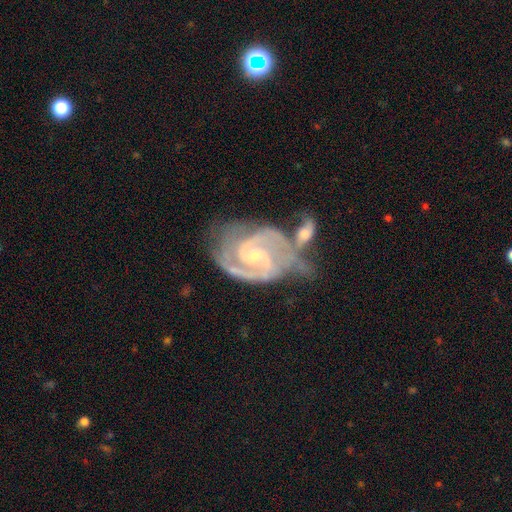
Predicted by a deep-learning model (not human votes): Smooth or featured? featured or disk (93%)
Edge-on disk? no (98%)
Bar? weak (45%)
Spiral arms? yes (98%)
Spiral winding? medium (47%)
Spiral arm count? 2 (76%)
Bulge size? small (68%)
Merging? merger (35%)